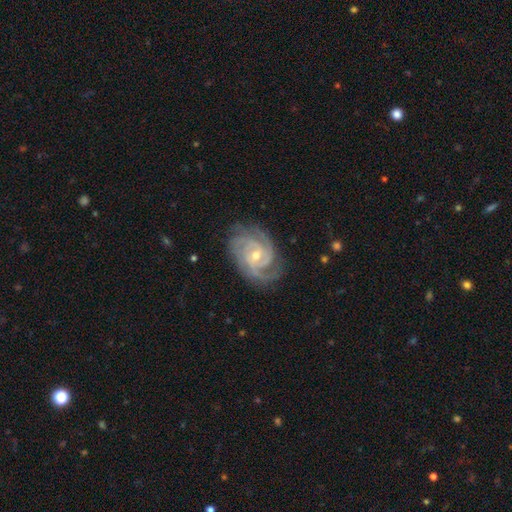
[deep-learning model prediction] Smooth or featured?
  - featured or disk: 92% *
  - star or artifact: 5%
  - smooth: 4%
Edge-on disk?
  - no: 98% *
  - yes: 2%
Bar?
  - no: 54% *
  - weak: 36%
  - strong: 10%
Spiral arms?
  - yes: 99% *
  - no: 1%
Spiral winding?
  - tight: 69% *
  - medium: 27%
  - loose: 3%
Spiral arm count?
  - 3: 42% *
  - 2: 18%
  - 4: 17%
  - can't tell: 12%
  - more than 4: 6%
  - 1: 6%
Bulge size?
  - small: 55% *
  - moderate: 42%
  - large: 1%
  - none: 1%
  - dominant: 1%
Merging?
  - none: 78% *
  - minor disturbance: 16%
  - major disturbance: 5%
  - merger: 1%